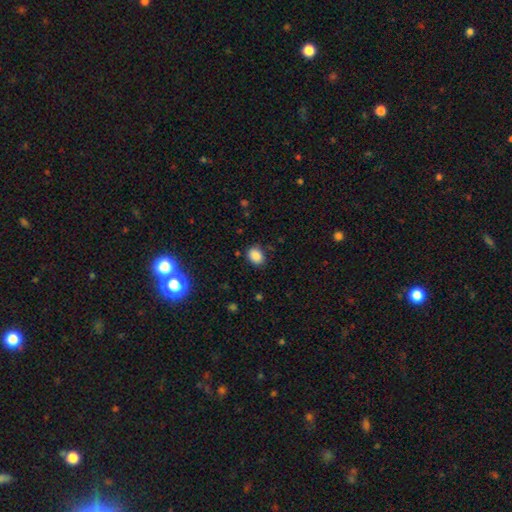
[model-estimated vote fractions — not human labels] A smooth galaxy with no disk features (86%) that is in between round and cigar-shaped (66%). Merging: none (82%).